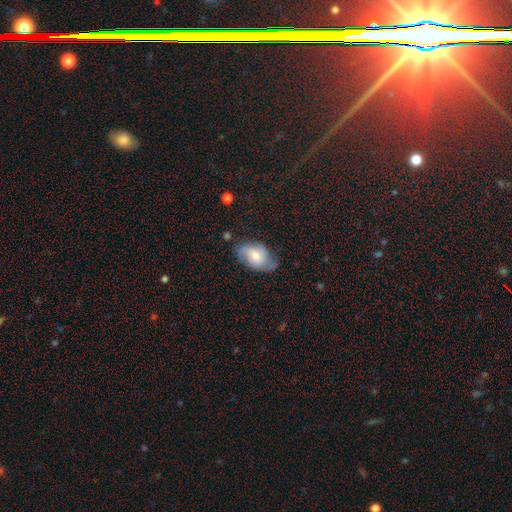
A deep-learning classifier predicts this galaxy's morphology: type=smooth (56%); roundness=in between (90%); merging=none (55%).